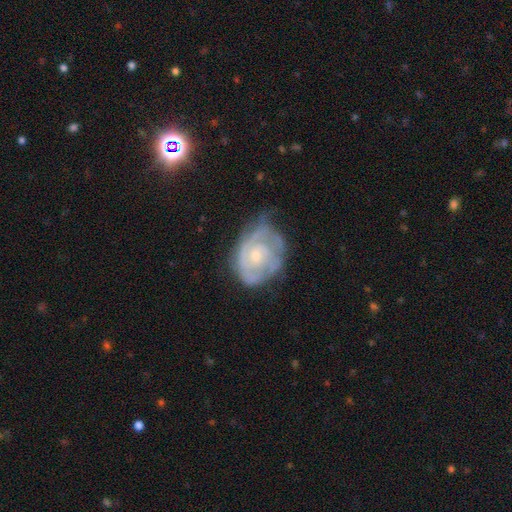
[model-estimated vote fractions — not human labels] Morphology: type=featured or disk (77%); edge-on=no (97%); bar=no (75%); spiral arms=yes (85%); winding=tight (66%); arm count=can't tell (42%); bulge=small (60%); merging=none (48%).